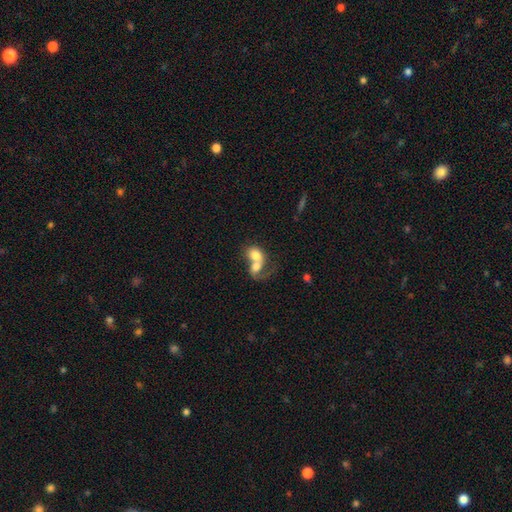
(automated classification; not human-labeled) This appears to be a smooth galaxy with no disk features (61%) that is in between round and cigar-shaped (57%). Merging: merger (83%).